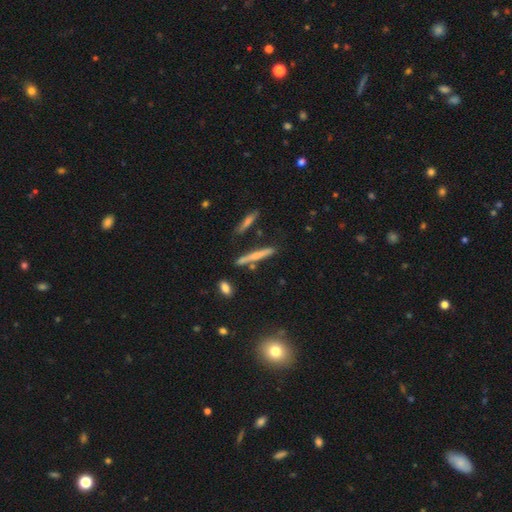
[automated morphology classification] Smooth or featured?
  - smooth: 49% *
  - featured or disk: 42%
  - star or artifact: 9%
Merging?
  - none: 82% *
  - minor disturbance: 10%
  - merger: 6%
  - major disturbance: 2%